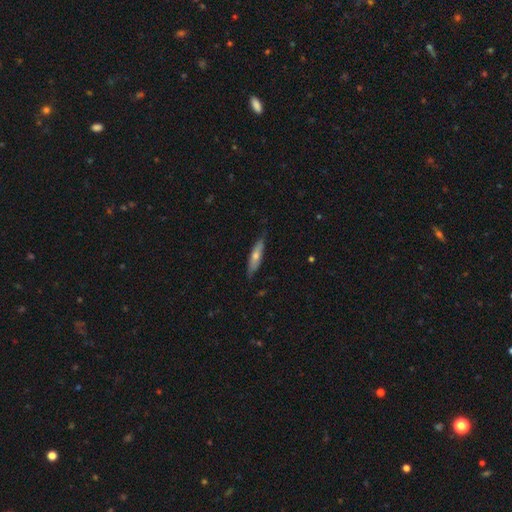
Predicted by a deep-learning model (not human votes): A smooth galaxy with no disk features (51%) that is cigar-shaped (81%).

Vote fractions:
- Smooth or featured? smooth: 51% / featured or disk: 43% / star or artifact: 6%
- How rounded? cigar-shaped: 81% / in between: 17% / round: 2%
- Merging? none: 81% / minor disturbance: 15% / major disturbance: 2% / merger: 1%